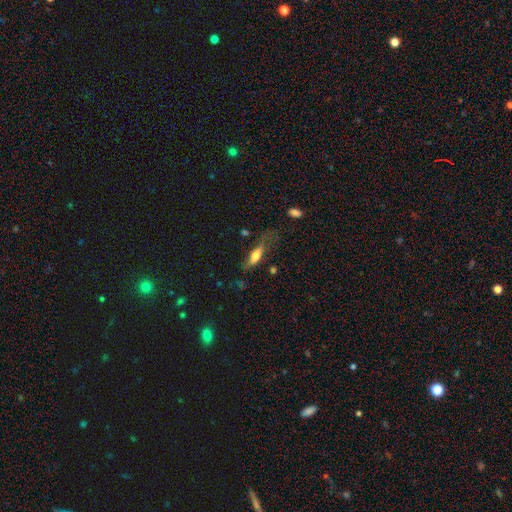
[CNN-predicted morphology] Smooth or featured?
  - smooth: 67% *
  - featured or disk: 25%
  - star or artifact: 8%
How rounded?
  - in between: 57% *
  - cigar-shaped: 40%
  - round: 3%
Merging?
  - none: 48% *
  - minor disturbance: 27%
  - major disturbance: 22%
  - merger: 3%